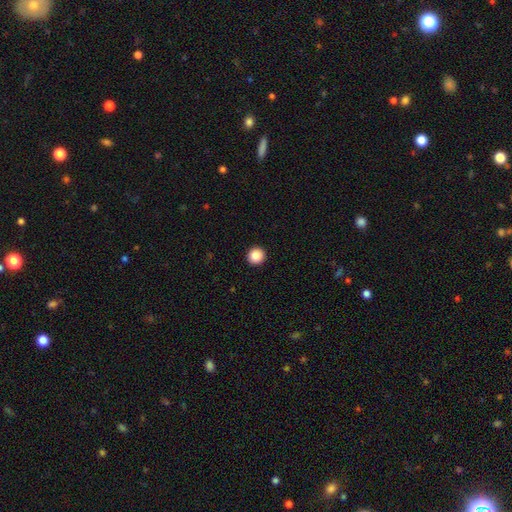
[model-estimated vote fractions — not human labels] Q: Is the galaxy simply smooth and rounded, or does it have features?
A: smooth — 87%.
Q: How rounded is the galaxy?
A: round — 94%.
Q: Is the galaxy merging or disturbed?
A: none — 93%.